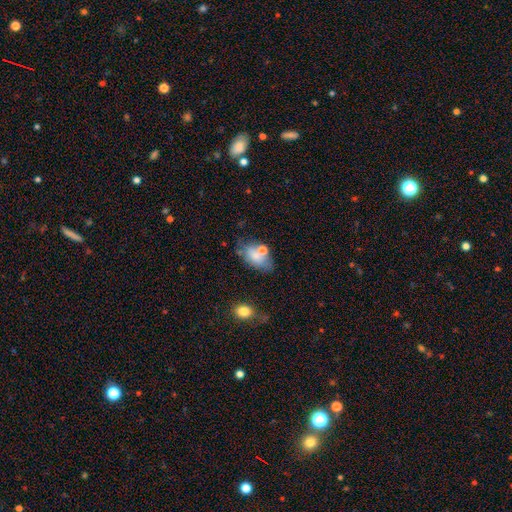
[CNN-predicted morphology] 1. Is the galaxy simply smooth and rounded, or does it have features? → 68% smooth, 22% featured or disk, 10% star or artifact.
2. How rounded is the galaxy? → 88% in between, 10% round, 2% cigar-shaped.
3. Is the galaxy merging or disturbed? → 46% none, 24% minor disturbance, 20% merger, 11% major disturbance.